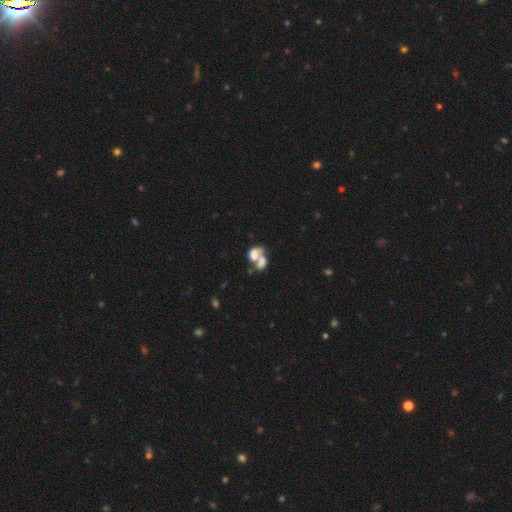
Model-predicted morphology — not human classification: Overall: smooth (61%; featured or disk 28%). How rounded: in between (78%). Merging: merger (71%).